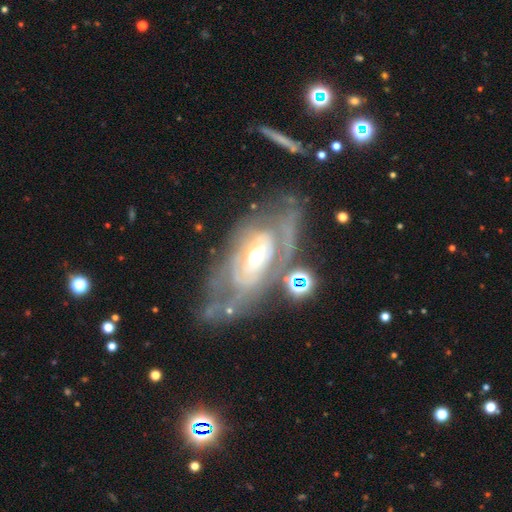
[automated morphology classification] featured or disk 82%, smooth 12%, star or artifact 6%. Down the decision tree: edge-on disk — no (91%); bar — no (52%); spiral arms — yes (73%); spiral arm count — can't tell (51%); spiral winding — tight (61%); bulge size — moderate (58%); merging — none (55%).